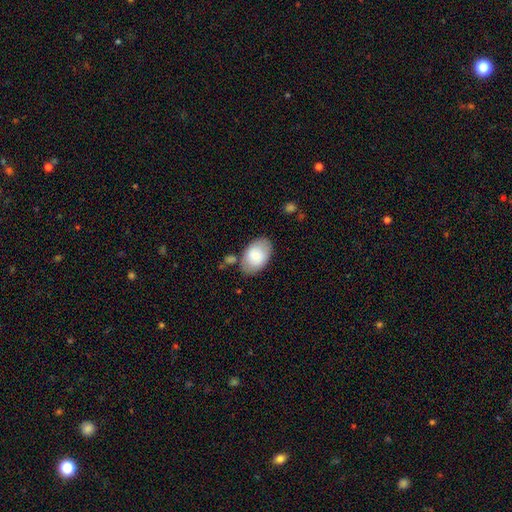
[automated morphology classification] This appears to be a smooth galaxy with no disk features (80%) that is in between round and cigar-shaped (91%). Merging: none (71%).